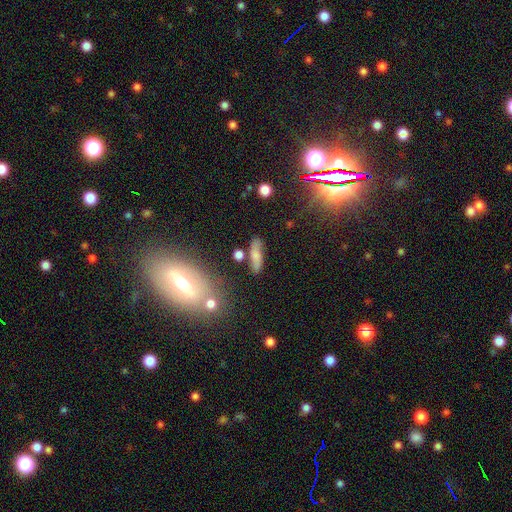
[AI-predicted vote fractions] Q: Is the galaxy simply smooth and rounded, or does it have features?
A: smooth — 67%.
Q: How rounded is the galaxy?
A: cigar-shaped — 54%.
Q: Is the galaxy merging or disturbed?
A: none — 71%.